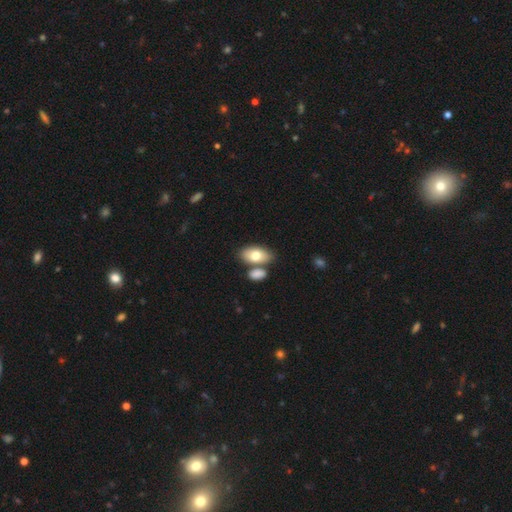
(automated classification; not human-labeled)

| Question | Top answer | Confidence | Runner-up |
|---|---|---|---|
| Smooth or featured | smooth | 76% | featured or disk (17%) |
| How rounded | in between | 92% | round (6%) |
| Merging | none | 58% | merger (27%) |